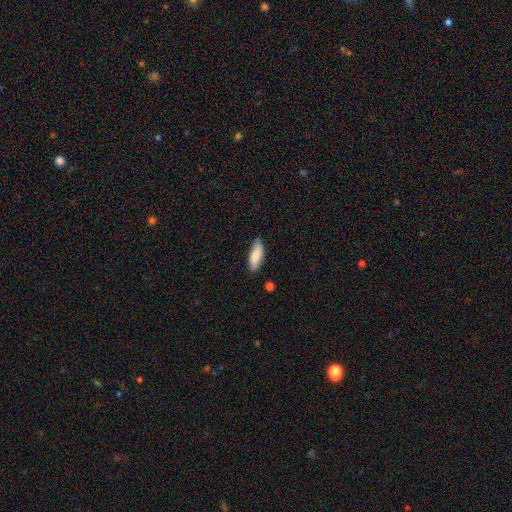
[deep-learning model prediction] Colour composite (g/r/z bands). It shows a smooth galaxy with no disk features (80%) that is in between round and cigar-shaped (61%). Merging: none (80%).